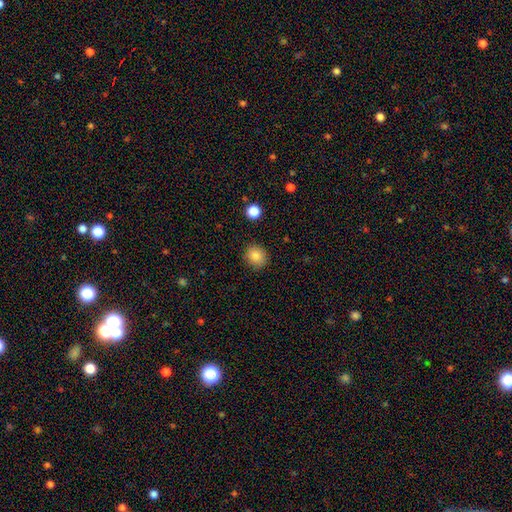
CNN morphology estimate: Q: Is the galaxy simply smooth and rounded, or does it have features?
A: smooth — 85%.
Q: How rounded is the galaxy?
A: round — 82%.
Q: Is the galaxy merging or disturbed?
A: none — 89%.